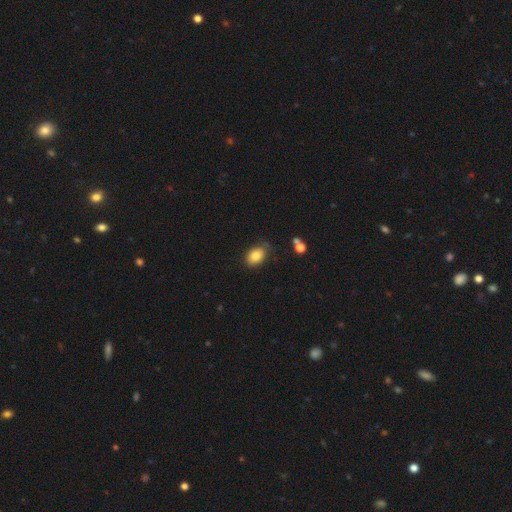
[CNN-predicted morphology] This appears to be a smooth galaxy with no disk features (83%) that is in between round and cigar-shaped (75%). Merging: none (74%).